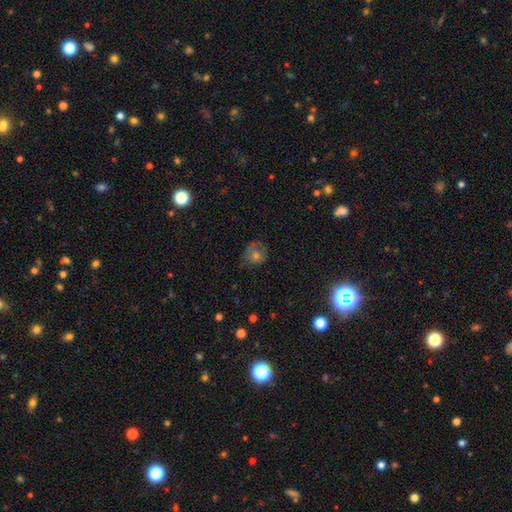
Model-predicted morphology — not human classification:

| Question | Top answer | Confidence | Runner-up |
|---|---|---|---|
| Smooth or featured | smooth | 52% | featured or disk (28%) |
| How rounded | round | 77% | in between (22%) |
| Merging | none | 58% | minor disturbance (24%) |